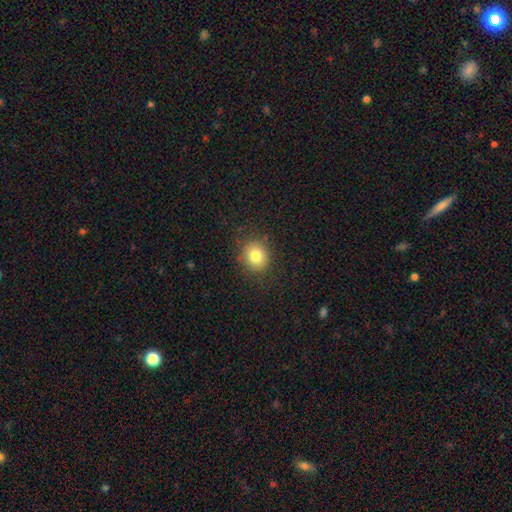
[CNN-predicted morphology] A smooth galaxy with no disk features (80%) that is round (77%).

Vote fractions:
- Smooth or featured? smooth: 80% / star or artifact: 12% / featured or disk: 8%
- How rounded? round: 77% / in between: 22% / cigar-shaped: 1%
- Merging? none: 85% / minor disturbance: 10% / major disturbance: 4% / merger: 1%